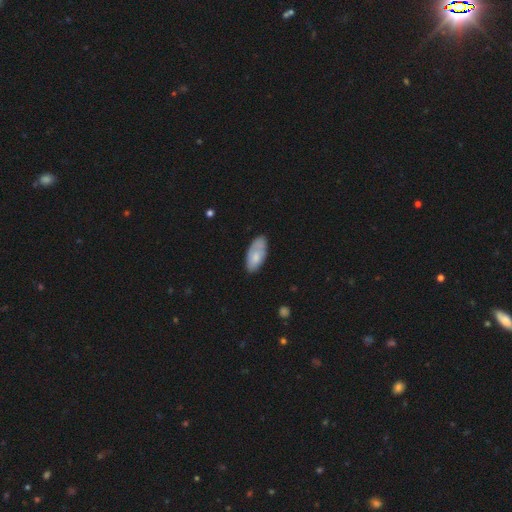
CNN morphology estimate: Smooth or featured? Predicted: smooth (p=0.71). How rounded? Predicted: in between (p=0.90). Merging? Predicted: none (p=0.67).